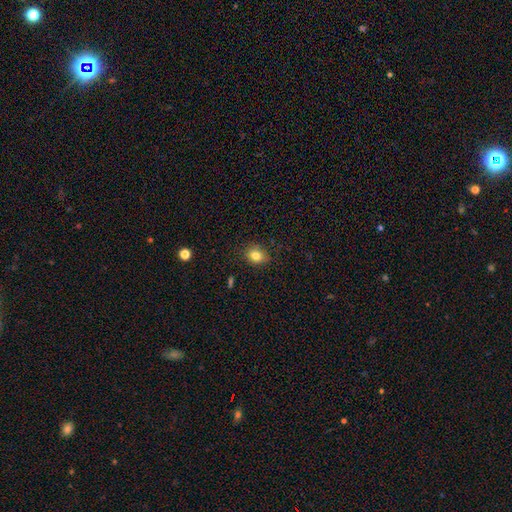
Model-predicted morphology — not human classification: A smooth galaxy with no disk features (81%) that is round (53%). Merging: none (85%).